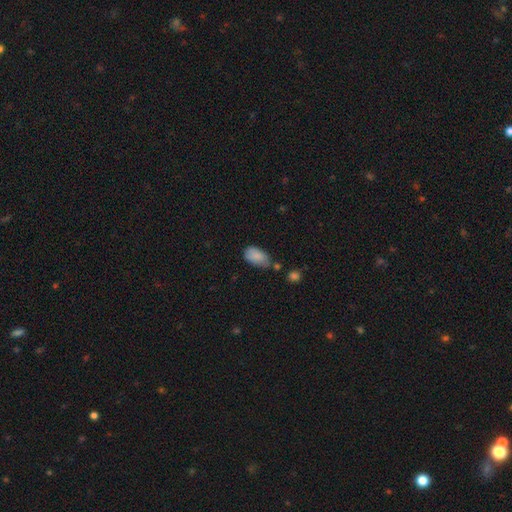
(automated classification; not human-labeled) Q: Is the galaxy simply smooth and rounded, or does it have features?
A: smooth — 84%.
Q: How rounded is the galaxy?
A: in between — 93%.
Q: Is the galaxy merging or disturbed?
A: none — 50%.